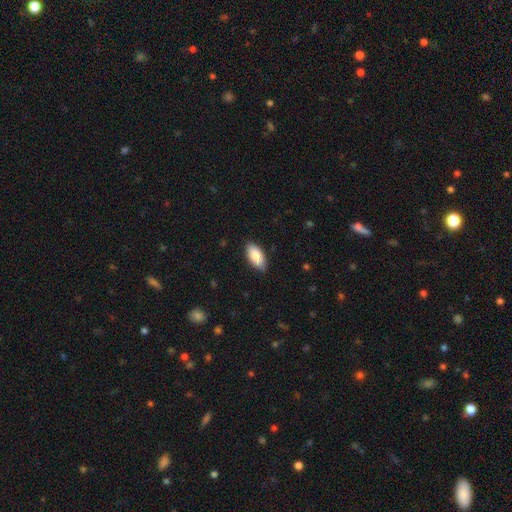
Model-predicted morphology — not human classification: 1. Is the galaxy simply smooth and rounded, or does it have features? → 84% smooth, 10% featured or disk, 6% star or artifact.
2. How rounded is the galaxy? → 91% in between, 7% cigar-shaped, 2% round.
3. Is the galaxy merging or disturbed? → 84% none, 13% minor disturbance, 2% major disturbance, 1% merger.